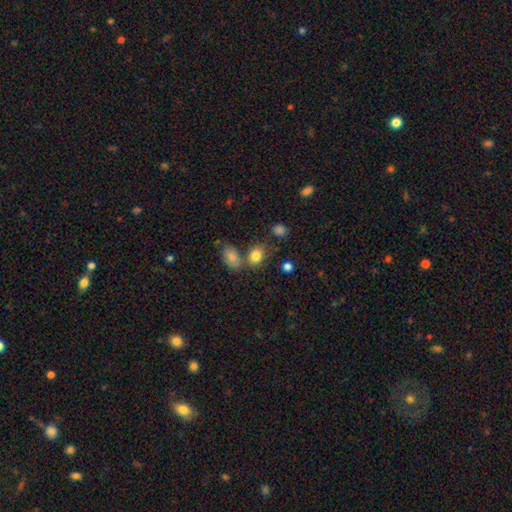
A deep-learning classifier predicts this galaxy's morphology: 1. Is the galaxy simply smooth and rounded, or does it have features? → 82% smooth, 11% star or artifact, 7% featured or disk.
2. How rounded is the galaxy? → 61% in between, 38% round, 1% cigar-shaped.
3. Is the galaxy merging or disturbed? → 60% none, 20% merger, 15% minor disturbance, 5% major disturbance.